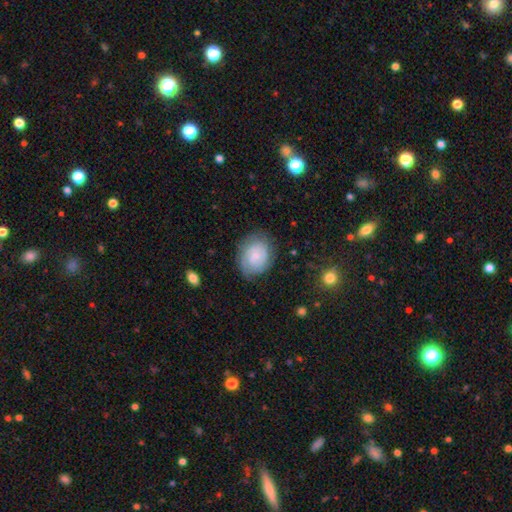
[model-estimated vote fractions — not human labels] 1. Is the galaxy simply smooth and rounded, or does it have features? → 54% featured or disk, 38% smooth, 8% star or artifact.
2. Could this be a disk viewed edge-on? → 97% no, 3% yes.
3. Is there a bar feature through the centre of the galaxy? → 70% no, 26% weak, 4% strong.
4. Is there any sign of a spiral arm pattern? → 83% yes, 17% no.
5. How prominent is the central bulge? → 72% small, 20% moderate, 5% none, 2% large, 1% dominant.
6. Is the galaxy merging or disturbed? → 74% none, 18% minor disturbance, 6% major disturbance, 1% merger.